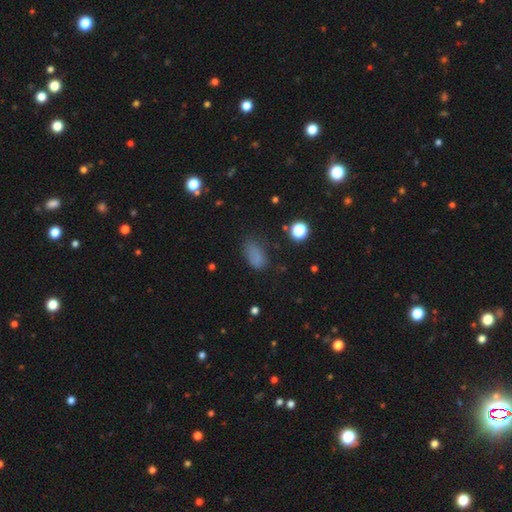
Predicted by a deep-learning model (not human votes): Smooth or featured: smooth — 76% (star or artifact — 16%)
How rounded: in between — 88% (round — 8%)
Merging: none — 61% (minor disturbance — 25%)